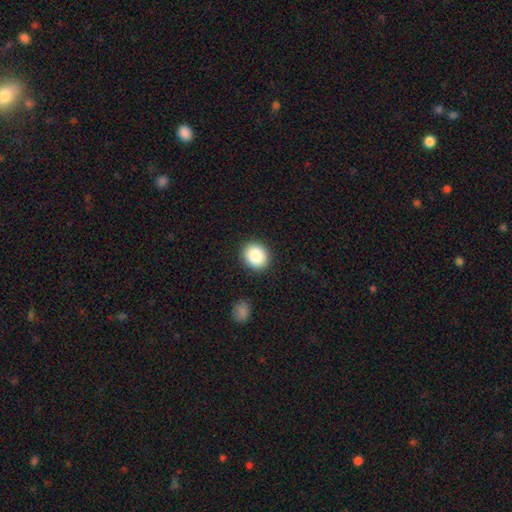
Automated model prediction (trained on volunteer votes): The model was most divided on "how rounded": round: 74%, in between: 25%, cigar-shaped: 1%. More confident: merging — none (90%); smooth or featured — smooth (85%).